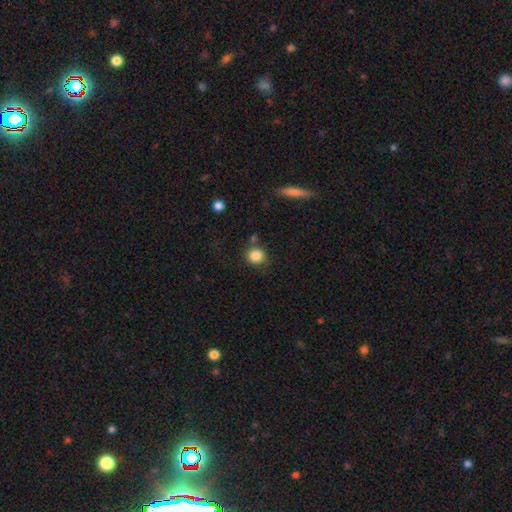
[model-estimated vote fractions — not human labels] smooth-or-featured: smooth: 85% | star or artifact: 10% | featured or disk: 5%
  how-rounded: round: 87% | in between: 12% | cigar-shaped: 1%
  merging: none: 76% | minor disturbance: 12% | merger: 8% | major disturbance: 4%